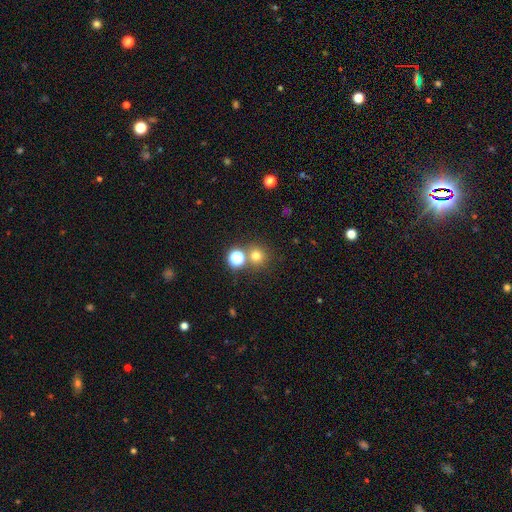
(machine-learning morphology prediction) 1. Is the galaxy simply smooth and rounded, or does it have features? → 72% smooth, 21% star or artifact, 7% featured or disk.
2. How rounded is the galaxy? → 92% round, 7% in between, 1% cigar-shaped.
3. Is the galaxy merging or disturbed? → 73% none, 17% merger, 7% minor disturbance, 3% major disturbance.